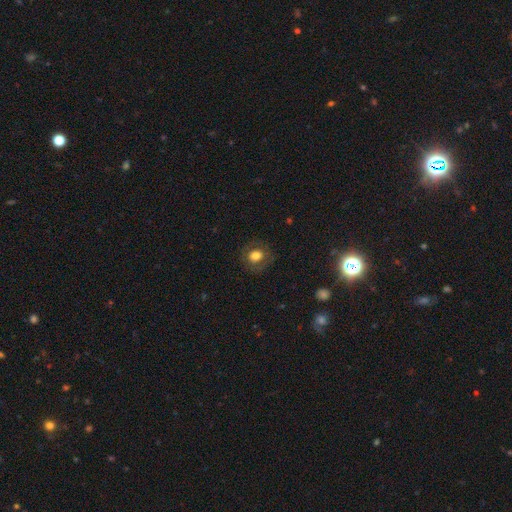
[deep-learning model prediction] Q: Smooth or featured?
A: smooth (70%); runner-up: featured or disk (20%)
Q: How rounded?
A: round (68%); runner-up: in between (31%)
Q: Merging?
A: none (82%); runner-up: minor disturbance (11%)